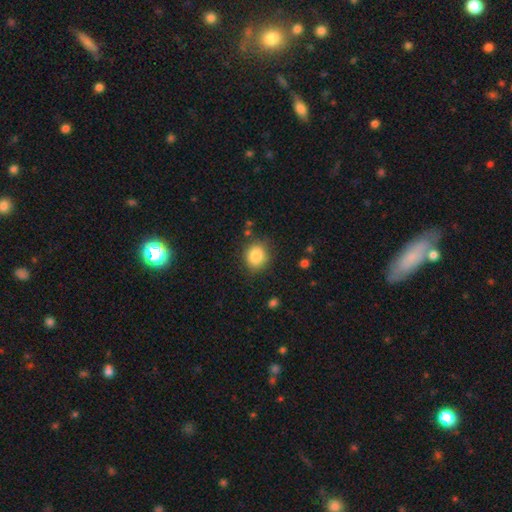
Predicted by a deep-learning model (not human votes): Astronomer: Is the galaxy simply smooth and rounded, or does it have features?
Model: smooth — 85%.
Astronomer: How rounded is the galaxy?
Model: round — 72%.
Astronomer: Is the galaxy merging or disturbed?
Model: none — 81%.